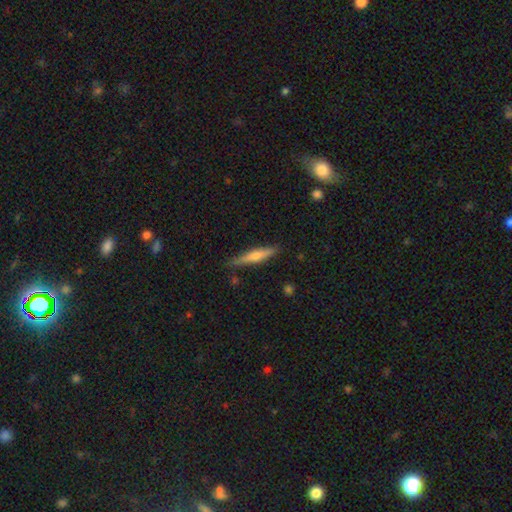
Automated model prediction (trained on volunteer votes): Smooth or featured: smooth — 48% (featured or disk — 45%)
Merging: none — 86% (minor disturbance — 10%)